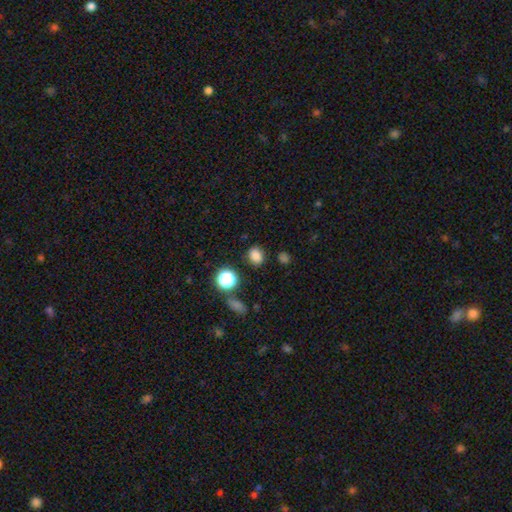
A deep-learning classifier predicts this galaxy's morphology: The model was most divided on "how rounded": round: 51%, in between: 48%, cigar-shaped: 1%. More confident: merging — none (84%); smooth or featured — smooth (80%).